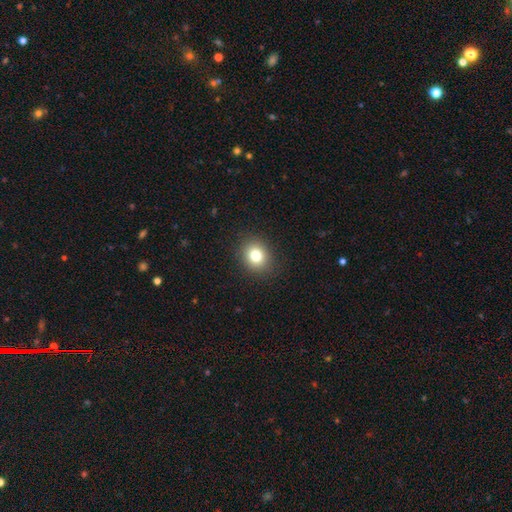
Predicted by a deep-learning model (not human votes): Smooth or featured?
  - smooth: 80% *
  - star or artifact: 12%
  - featured or disk: 8%
How rounded?
  - round: 71% *
  - in between: 28%
  - cigar-shaped: 1%
Merging?
  - none: 89% *
  - minor disturbance: 7%
  - major disturbance: 3%
  - merger: 1%